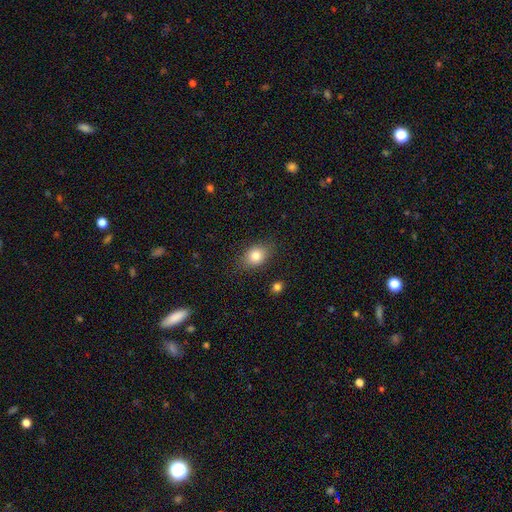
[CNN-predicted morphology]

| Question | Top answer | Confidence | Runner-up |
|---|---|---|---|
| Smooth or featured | smooth | 81% | featured or disk (10%) |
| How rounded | in between | 65% | round (34%) |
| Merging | none | 82% | minor disturbance (13%) |